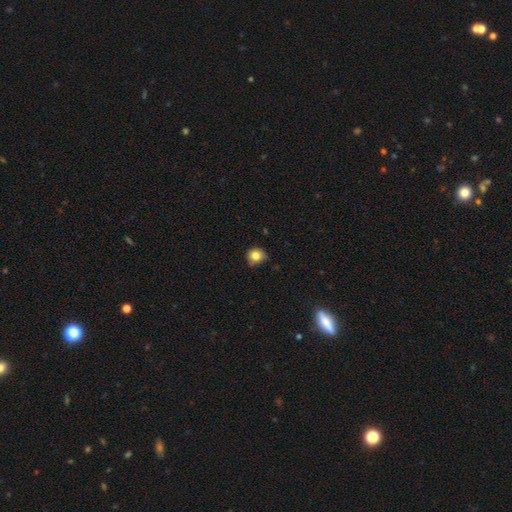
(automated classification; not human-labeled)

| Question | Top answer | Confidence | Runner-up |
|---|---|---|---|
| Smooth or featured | smooth | 80% | star or artifact (11%) |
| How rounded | round | 78% | in between (21%) |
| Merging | none | 60% | minor disturbance (31%) |